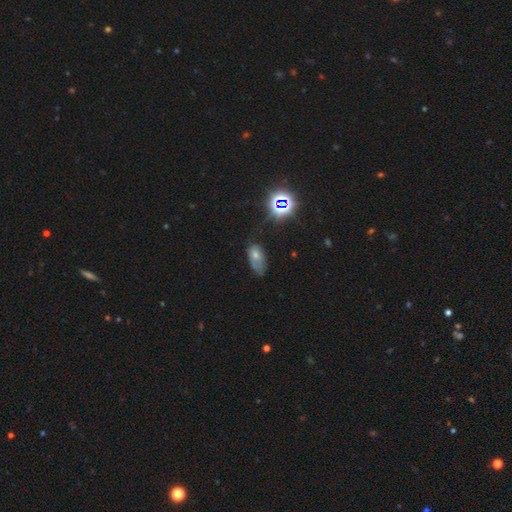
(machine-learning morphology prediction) The model was most divided on "merging": minor disturbance: 39%, none: 37%, major disturbance: 21%, merger: 3%. More confident: how rounded — in between (89%); smooth or featured — smooth (54%).